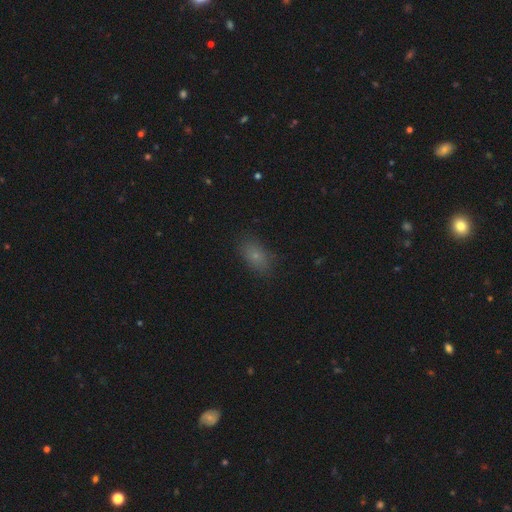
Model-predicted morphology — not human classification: Smooth or featured: smooth — 75% (star or artifact — 15%)
How rounded: in between — 85% (round — 12%)
Merging: none — 80% (minor disturbance — 14%)